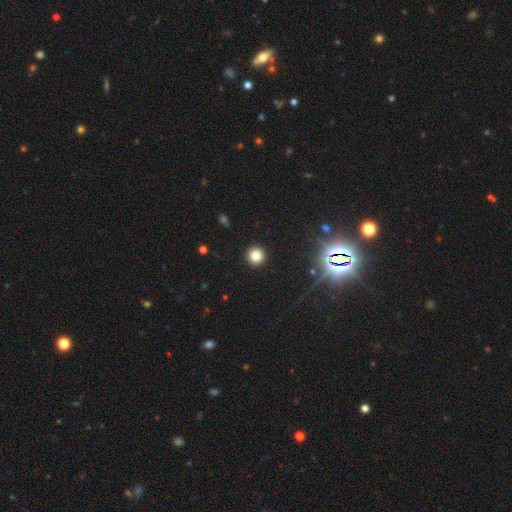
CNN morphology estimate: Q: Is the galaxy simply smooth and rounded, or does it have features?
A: smooth — 80%.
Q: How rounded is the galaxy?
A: round — 95%.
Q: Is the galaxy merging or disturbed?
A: none — 93%.